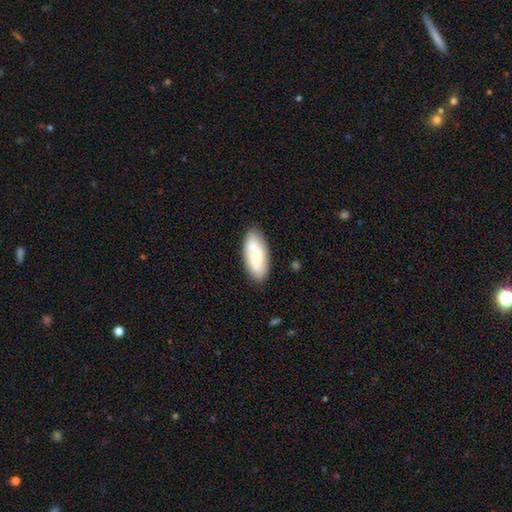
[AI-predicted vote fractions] A smooth galaxy with no disk features (49%). Merging: none (82%).